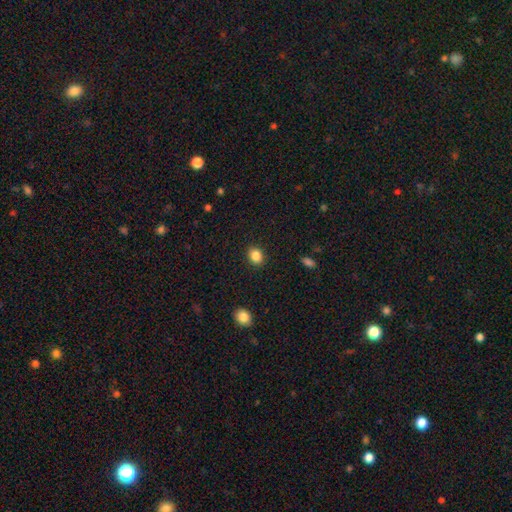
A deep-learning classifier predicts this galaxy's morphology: Smooth or featured? Predicted: smooth (p=0.86). How rounded? Predicted: round (p=0.52). Merging? Predicted: none (p=0.89).